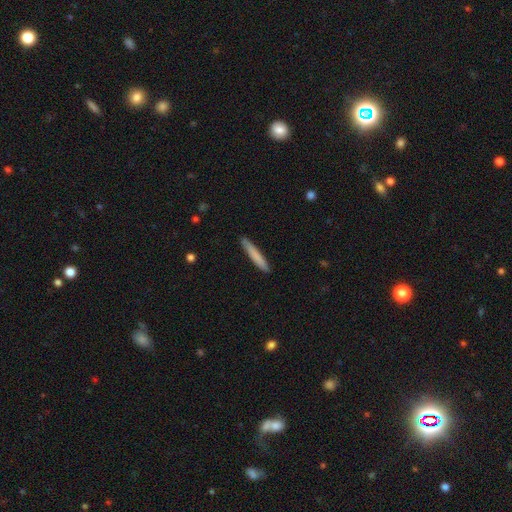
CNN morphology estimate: This is likely a smooth galaxy (79%). How rounded: clearly cigar-shaped (95%). Merging: clearly none (88%).